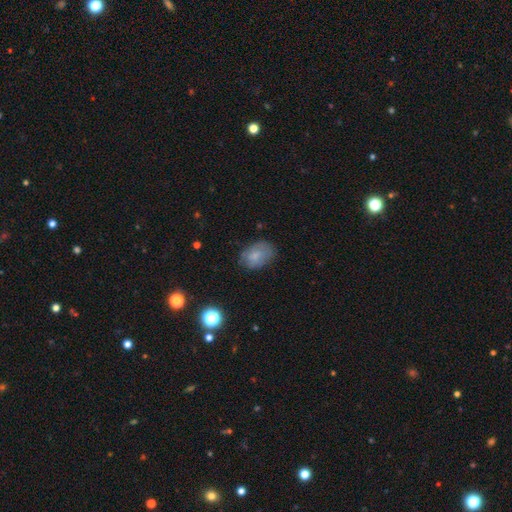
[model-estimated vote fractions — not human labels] This appears to be a smooth galaxy with no disk features (72%) that is in between round and cigar-shaped (83%). Merging: none (67%).